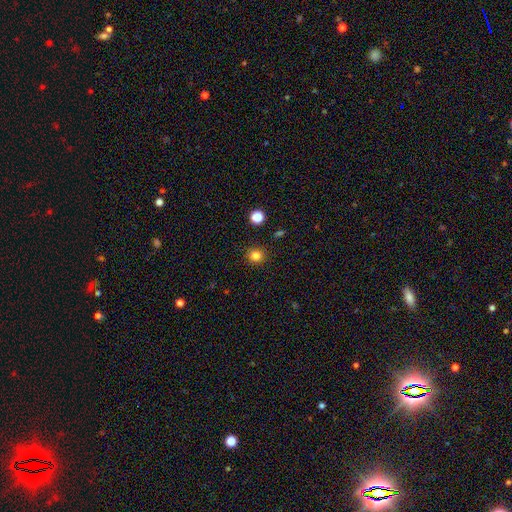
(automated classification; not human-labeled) This is clearly a smooth galaxy (82%). How rounded: clearly round (91%). Merging: clearly none (91%).